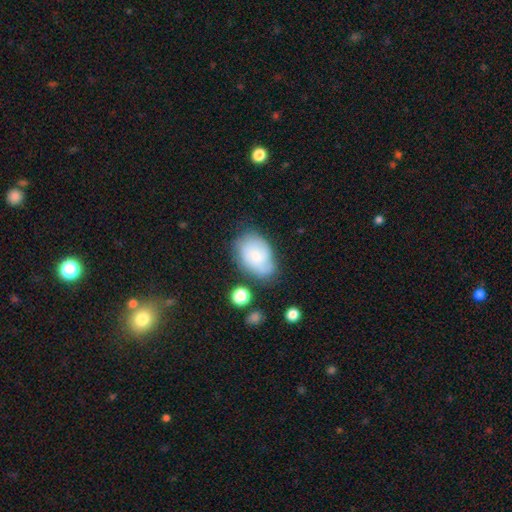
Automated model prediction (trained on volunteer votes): This appears to be a smooth galaxy with no disk features (56%) that is in between round and cigar-shaped (82%). Merging: none (61%).